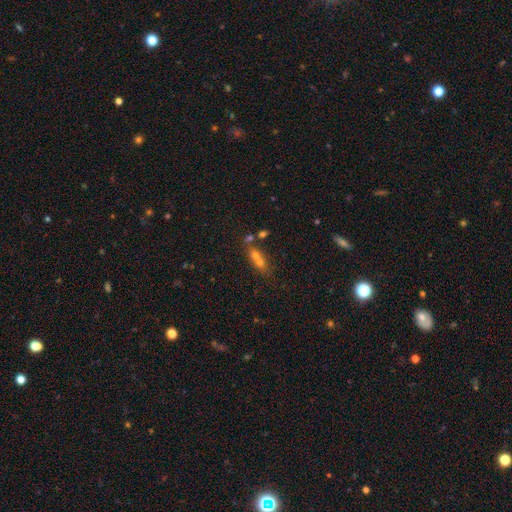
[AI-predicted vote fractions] A smooth galaxy with no disk features (48%). Merging: none (45%).